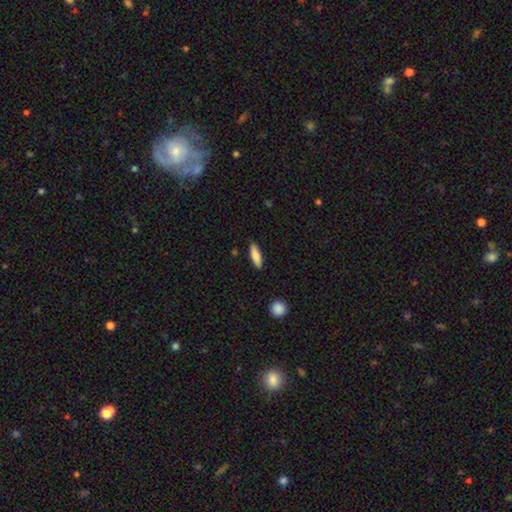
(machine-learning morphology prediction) smooth_or_featured: smooth (p=0.81) [alt: featured or disk p=0.13]
how_rounded: cigar-shaped (p=0.57) [alt: in between p=0.41]
merging: none (p=0.88) [alt: minor disturbance p=0.08]